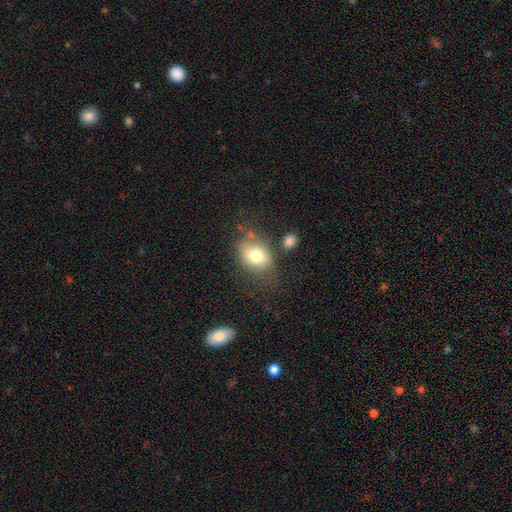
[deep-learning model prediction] This is likely a smooth galaxy (75%). How rounded: possibly in between (60%). Merging: likely none (61%).